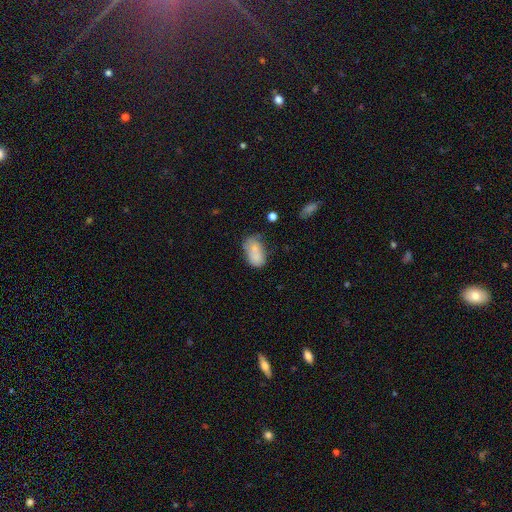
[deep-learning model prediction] Morphology: type=smooth (75%); roundness=in between (90%); merging=none (38%).